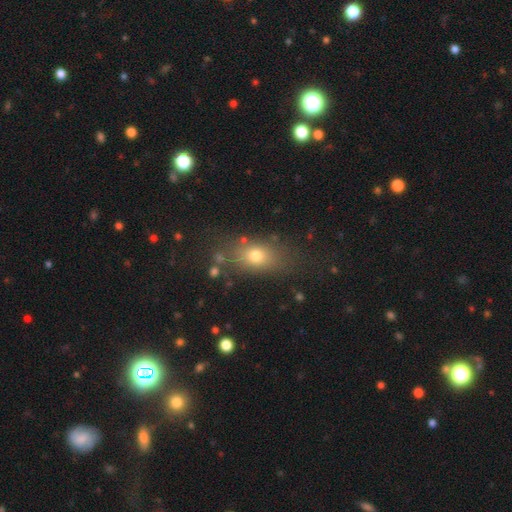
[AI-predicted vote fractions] Q: Smooth or featured?
A: smooth (72%); runner-up: featured or disk (14%)
Q: How rounded?
A: in between (71%); runner-up: round (23%)
Q: Merging?
A: none (75%); runner-up: minor disturbance (14%)